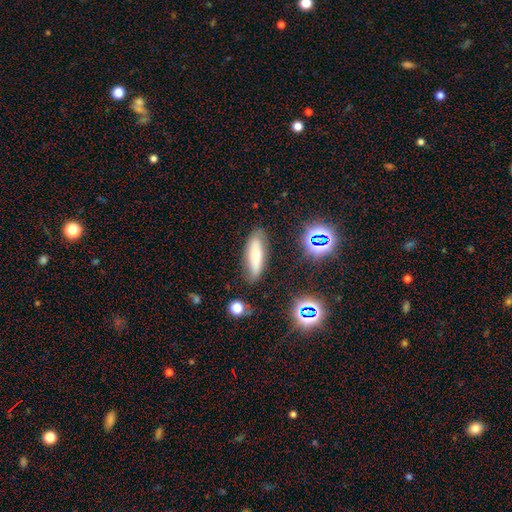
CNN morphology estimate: Smooth or featured: smooth — 61% (featured or disk — 28%)
How rounded: cigar-shaped — 50% (in between — 47%)
Merging: none — 79% (minor disturbance — 15%)